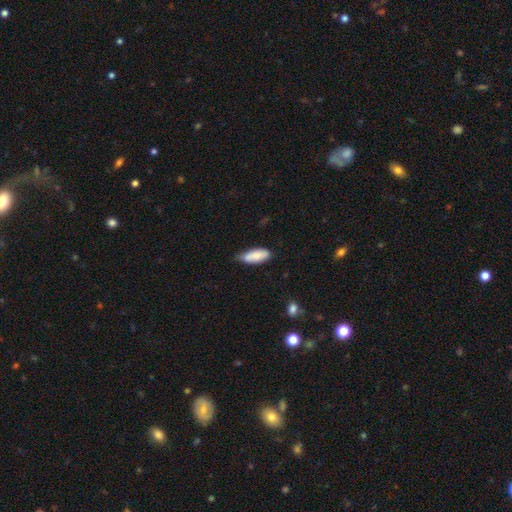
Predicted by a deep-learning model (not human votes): Overall: smooth (84%). How rounded: in between (73%). Merging: none (59%; minor disturbance 34%).